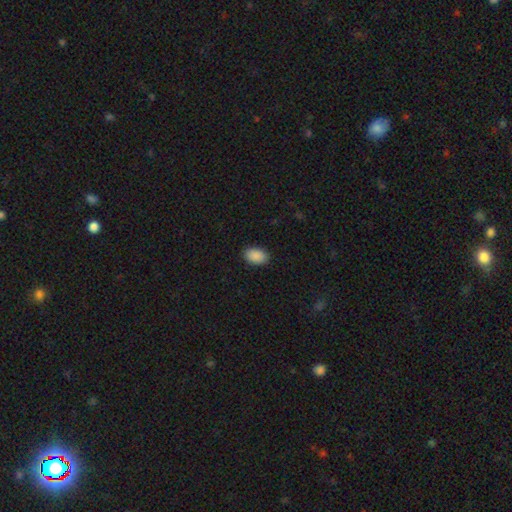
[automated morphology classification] Smooth or featured? Predicted: smooth (p=0.90). How rounded? Predicted: in between (p=0.90). Merging? Predicted: none (p=0.90).